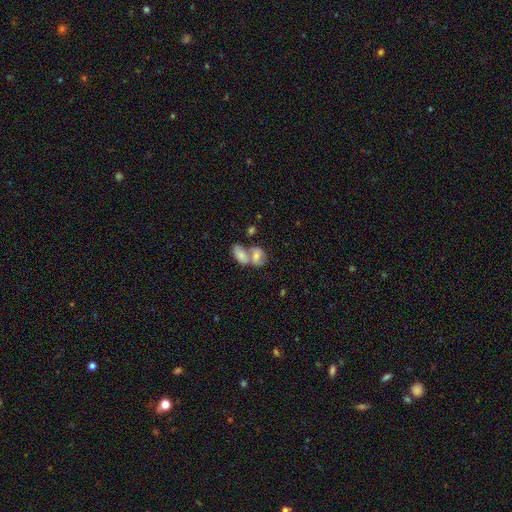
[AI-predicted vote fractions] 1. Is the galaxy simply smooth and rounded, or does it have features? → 62% smooth, 28% featured or disk, 11% star or artifact.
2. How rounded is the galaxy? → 84% in between, 13% round, 3% cigar-shaped.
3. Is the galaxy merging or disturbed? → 66% merger, 21% none, 8% minor disturbance, 5% major disturbance.